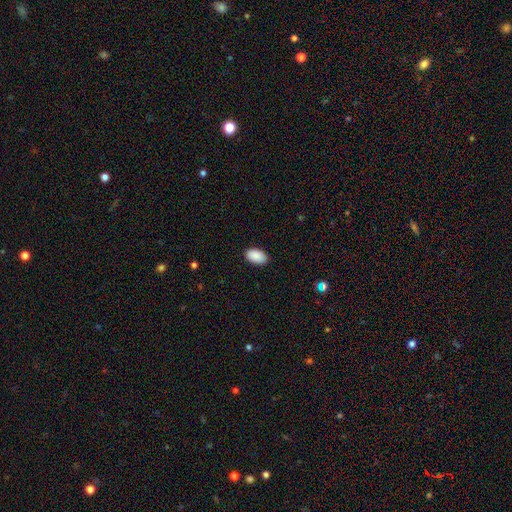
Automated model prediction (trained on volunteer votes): Morphology: type=smooth (91%); roundness=in between (94%); merging=none (89%).